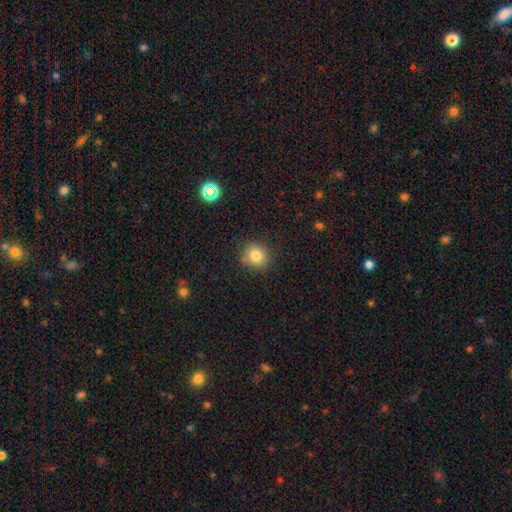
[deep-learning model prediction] A smooth galaxy with no disk features (81%) that is round (83%).

Vote fractions:
- Smooth or featured? smooth: 81% / star or artifact: 12% / featured or disk: 7%
- How rounded? round: 83% / in between: 16% / cigar-shaped: 1%
- Merging? none: 85% / minor disturbance: 11% / major disturbance: 3% / merger: 1%